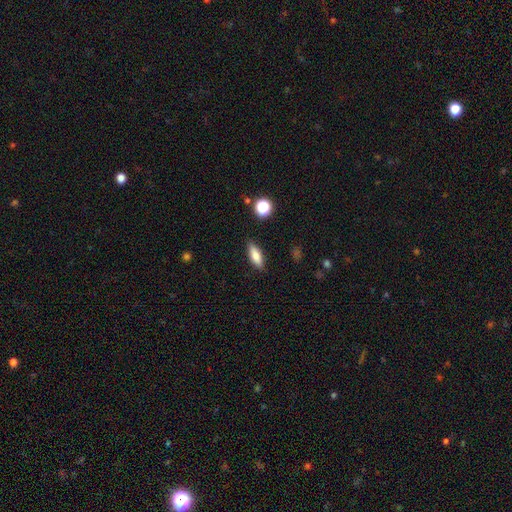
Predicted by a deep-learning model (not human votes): Smooth or featured: smooth — 77% (featured or disk — 15%)
How rounded: in between — 57% (cigar-shaped — 40%)
Merging: none — 86% (minor disturbance — 10%)